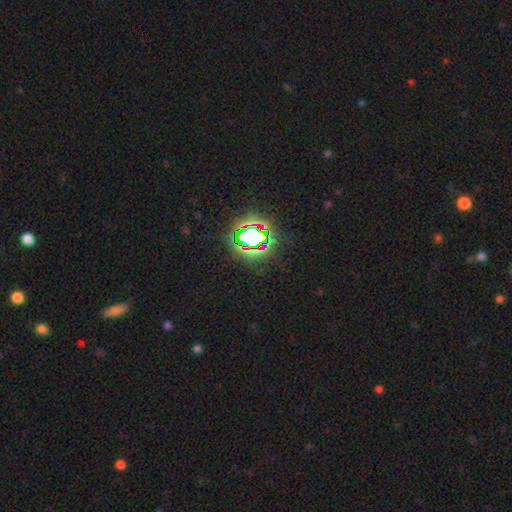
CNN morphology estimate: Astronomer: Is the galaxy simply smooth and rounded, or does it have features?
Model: star or artifact — 80%.